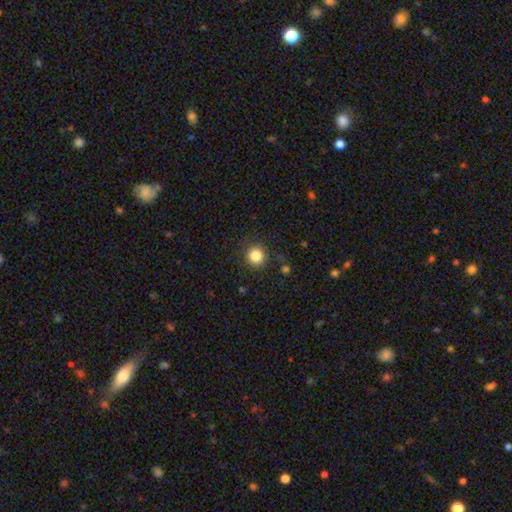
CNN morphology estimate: Q: Smooth or featured?
A: smooth (84%); runner-up: star or artifact (11%)
Q: How rounded?
A: round (93%); runner-up: in between (6%)
Q: Merging?
A: none (89%); runner-up: minor disturbance (7%)